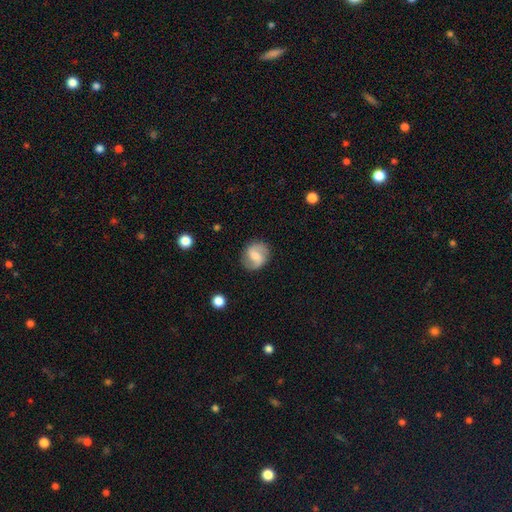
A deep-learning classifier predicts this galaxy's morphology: Smooth or featured? Predicted: featured or disk (p=0.61). Edge-on disk? Predicted: no (p=0.97). Bar? Predicted: weak (p=0.52). Spiral arms? Predicted: yes (p=0.90). Spiral winding? Predicted: medium (p=0.43). Spiral arm count? Predicted: 2 (p=0.89). Bulge size? Predicted: moderate (p=0.41). Merging? Predicted: none (p=0.82).